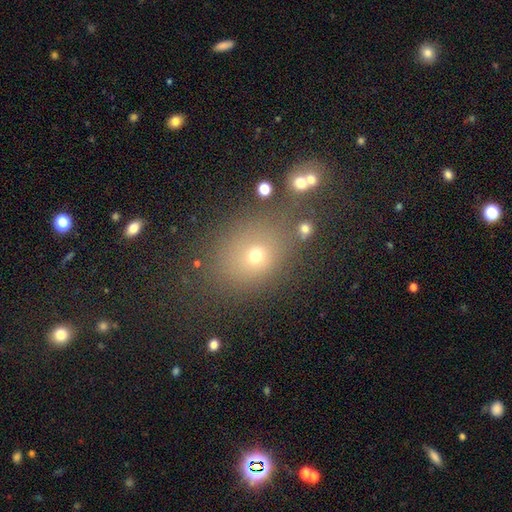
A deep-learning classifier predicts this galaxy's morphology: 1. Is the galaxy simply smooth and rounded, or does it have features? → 66% smooth, 22% star or artifact, 12% featured or disk.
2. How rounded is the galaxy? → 58% round, 41% in between, 1% cigar-shaped.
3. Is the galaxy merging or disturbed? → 70% none, 14% minor disturbance, 9% merger, 7% major disturbance.